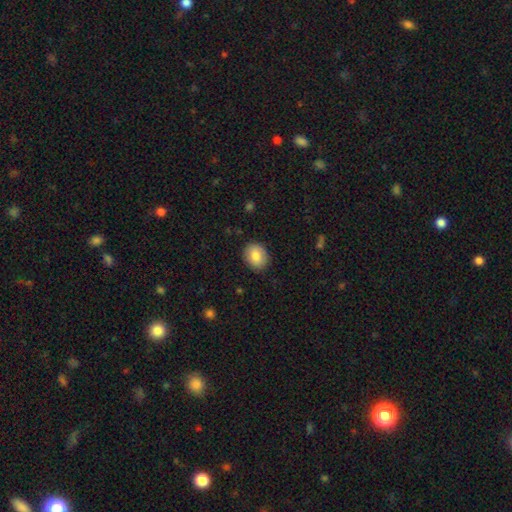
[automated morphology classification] smooth_or_featured: smooth (p=0.84) [alt: featured or disk p=0.09]
how_rounded: round (p=0.51) [alt: in between p=0.48]
merging: none (p=0.88) [alt: minor disturbance p=0.09]